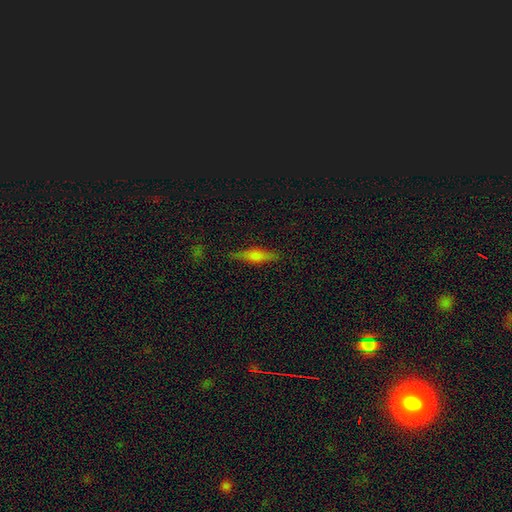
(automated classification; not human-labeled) This appears to be a smooth galaxy with no disk features (54%) that is cigar-shaped (65%). Merging: none (81%).